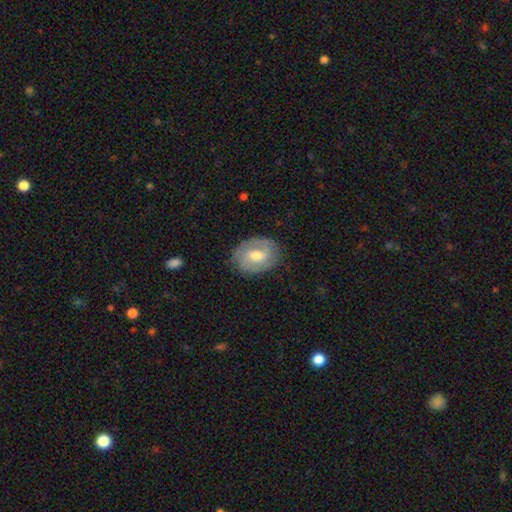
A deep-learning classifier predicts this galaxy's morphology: Overall: featured or disk (62%; smooth 32%). Edge-on disk: no (96%). Bar: weak (52%; no 31%). Spiral arms: yes (75%). Bulge size: moderate (72%). Merging: none (79%).